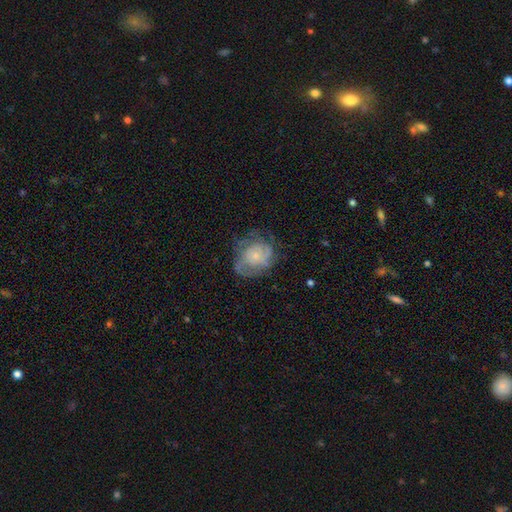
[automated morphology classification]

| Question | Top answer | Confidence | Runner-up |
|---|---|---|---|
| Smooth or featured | featured or disk | 62% | smooth (30%) |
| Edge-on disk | no | 98% | yes (2%) |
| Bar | no | 82% | weak (16%) |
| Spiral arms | yes | 78% | no (22%) |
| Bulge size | small | 70% | moderate (21%) |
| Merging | none | 56% | minor disturbance (24%) |